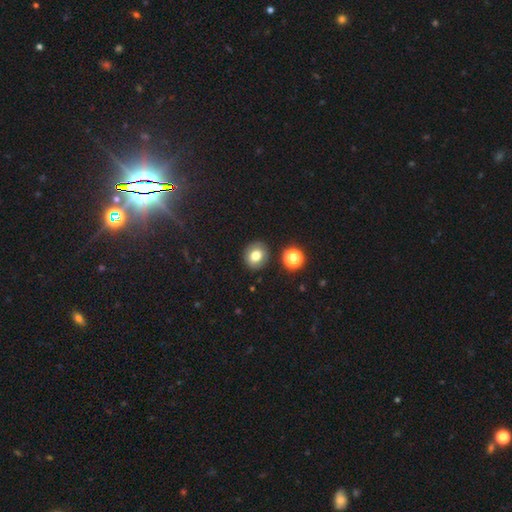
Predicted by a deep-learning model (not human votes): Smooth or featured? Predicted: smooth (p=0.75). How rounded? Predicted: round (p=0.72). Merging? Predicted: none (p=0.85).